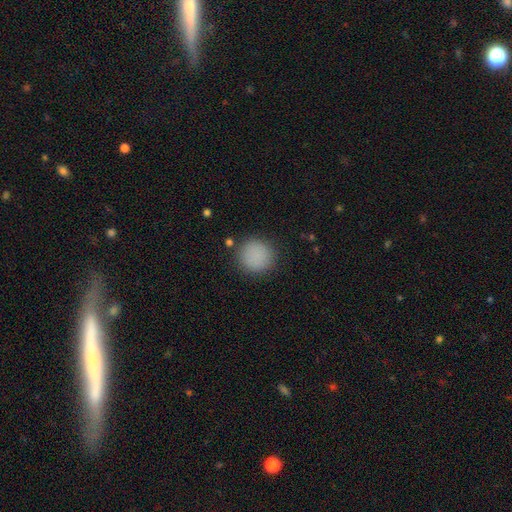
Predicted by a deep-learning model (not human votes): Smooth or featured? smooth (87%)
How rounded? round (94%)
Merging? none (87%)